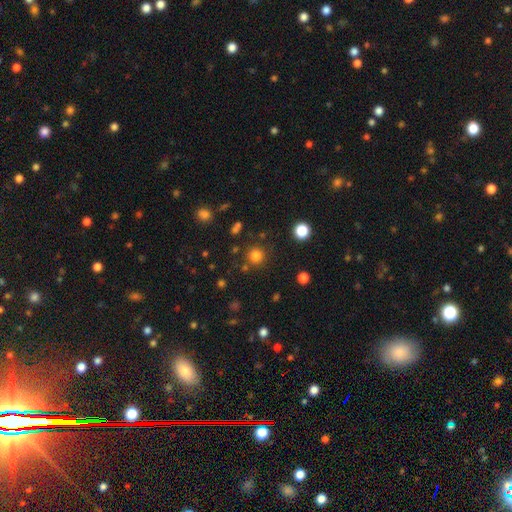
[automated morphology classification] smooth-or-featured: smooth: 80% | star or artifact: 15% | featured or disk: 5%
  how-rounded: round: 94% | in between: 5% | cigar-shaped: 1%
  merging: none: 84% | minor disturbance: 8% | merger: 5% | major disturbance: 3%